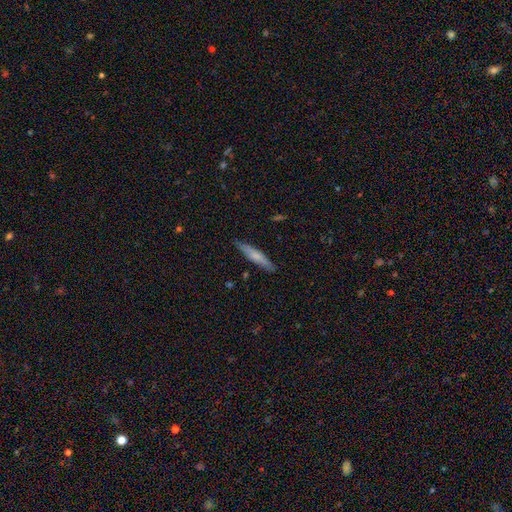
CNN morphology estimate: The model was most divided on "smooth or featured": smooth: 61%, featured or disk: 33%, star or artifact: 6%. More confident: how rounded — cigar-shaped (90%); merging — none (87%).